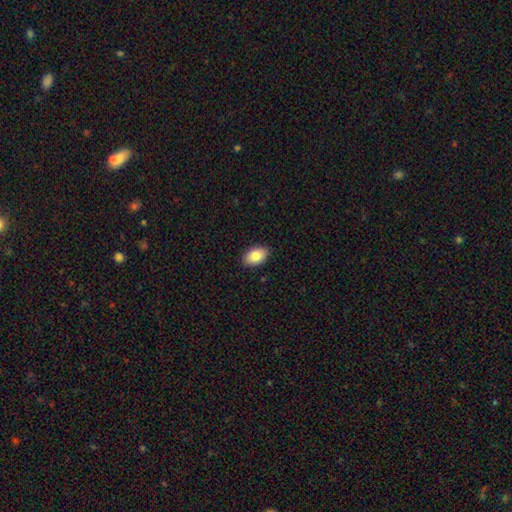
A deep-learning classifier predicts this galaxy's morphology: A smooth galaxy with no disk features (84%) that is in between round and cigar-shaped (89%).

Vote fractions:
- Smooth or featured? smooth: 84% / featured or disk: 9% / star or artifact: 7%
- How rounded? in between: 89% / round: 9% / cigar-shaped: 1%
- Merging? none: 89% / minor disturbance: 8% / major disturbance: 2% / merger: 1%